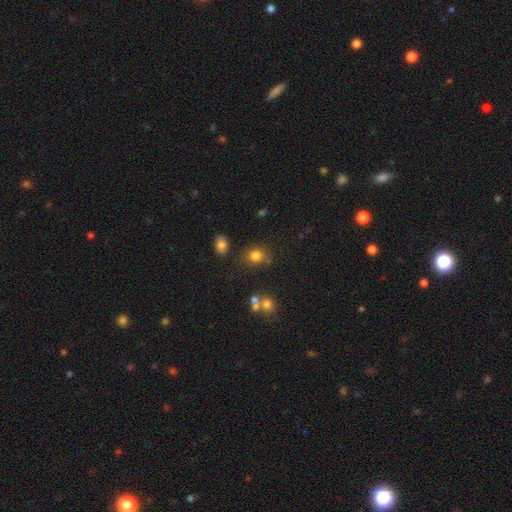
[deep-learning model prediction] A smooth galaxy with no disk features (79%) that is round (70%). Merging: none (76%).